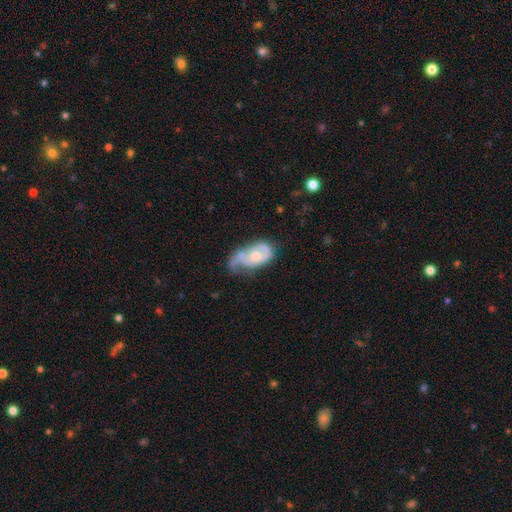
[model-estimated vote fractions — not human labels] Smooth or featured: featured or disk — 62% (smooth — 31%)
Edge-on disk: no — 95% (yes — 5%)
Bar: no — 74% (weak — 22%)
Spiral arms: yes — 72% (no — 28%)
Bulge size: moderate — 51% (small — 26%)
Merging: major disturbance — 32% (minor disturbance — 31%)